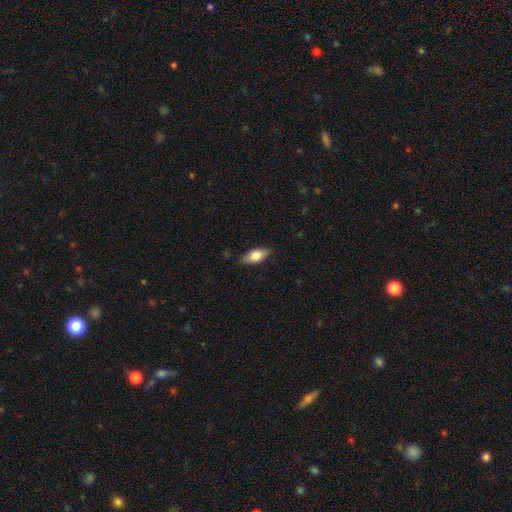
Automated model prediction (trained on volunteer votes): Morphology: type=smooth (73%); roundness=in between (84%); merging=none (83%).